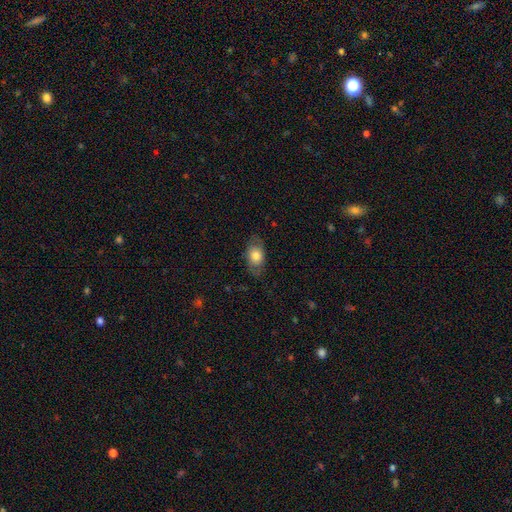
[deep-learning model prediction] The model was most divided on "smooth or featured": smooth: 70%, featured or disk: 23%, star or artifact: 7%. More confident: how rounded — in between (81%); merging — none (72%).